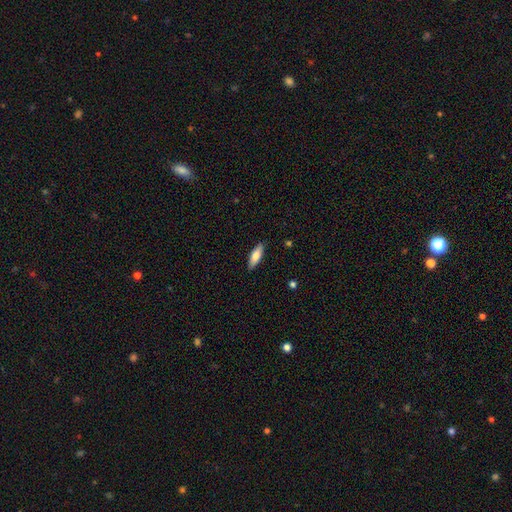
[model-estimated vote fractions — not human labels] A smooth galaxy with no disk features (74%) that is in between round and cigar-shaped (53%).

Vote fractions:
- Smooth or featured? smooth: 74% / featured or disk: 21% / star or artifact: 6%
- How rounded? in between: 53% / cigar-shaped: 46% / round: 2%
- Merging? none: 89% / minor disturbance: 8% / major disturbance: 2% / merger: 1%